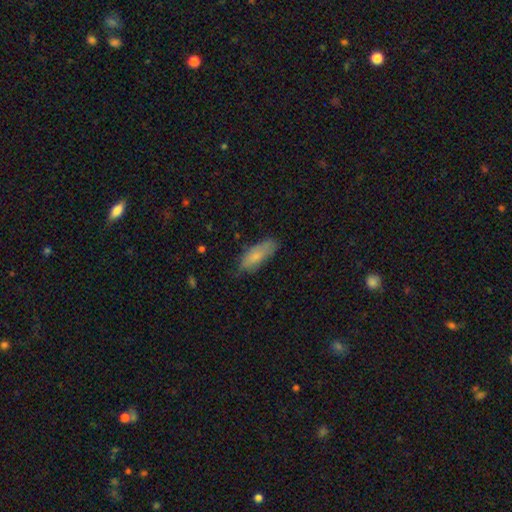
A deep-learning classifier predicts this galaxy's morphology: type=smooth (76%); roundness=in between (70%); merging=none (67%).